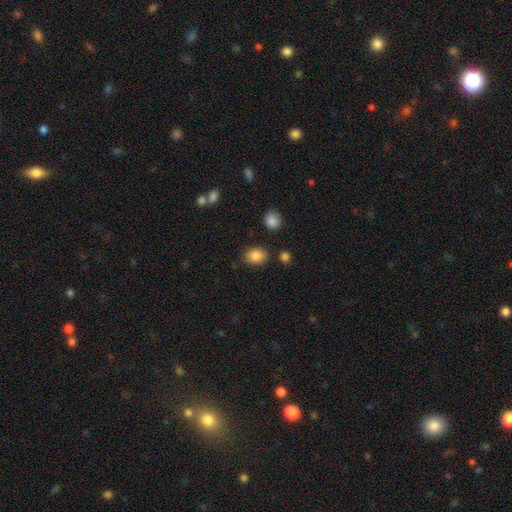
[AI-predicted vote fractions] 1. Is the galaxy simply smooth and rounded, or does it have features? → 85% smooth, 9% star or artifact, 5% featured or disk.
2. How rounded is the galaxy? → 54% in between, 45% round, 1% cigar-shaped.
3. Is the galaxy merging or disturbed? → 83% none, 10% minor disturbance, 4% merger, 3% major disturbance.